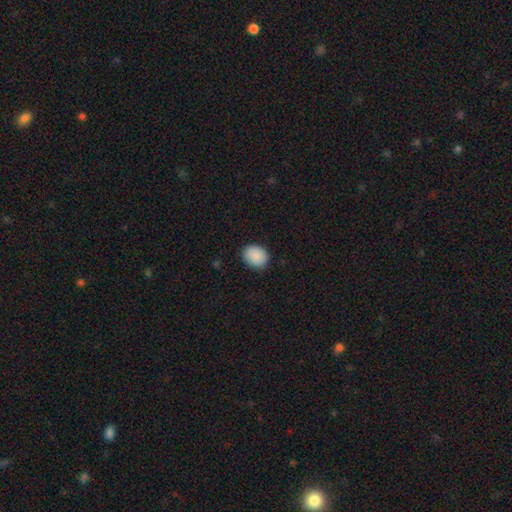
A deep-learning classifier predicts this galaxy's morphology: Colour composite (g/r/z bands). It shows a smooth galaxy with no disk features (89%) that is round (61%). Merging: none (87%).